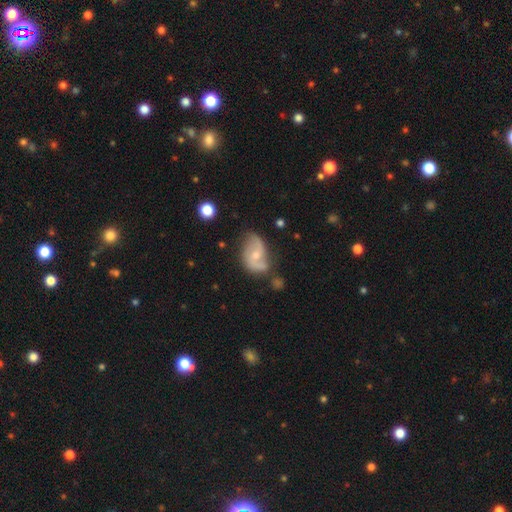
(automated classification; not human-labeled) Q: Smooth or featured?
A: featured or disk (73%); runner-up: smooth (21%)
Q: Edge-on disk?
A: no (97%); runner-up: yes (3%)
Q: Bar?
A: no (55%); runner-up: weak (36%)
Q: Spiral arms?
A: yes (89%); runner-up: no (11%)
Q: Spiral winding?
A: loose (54%); runner-up: medium (34%)
Q: Spiral arm count?
A: 2 (86%); runner-up: can't tell (7%)
Q: Bulge size?
A: small (52%); runner-up: moderate (43%)
Q: Merging?
A: none (56%); runner-up: minor disturbance (27%)